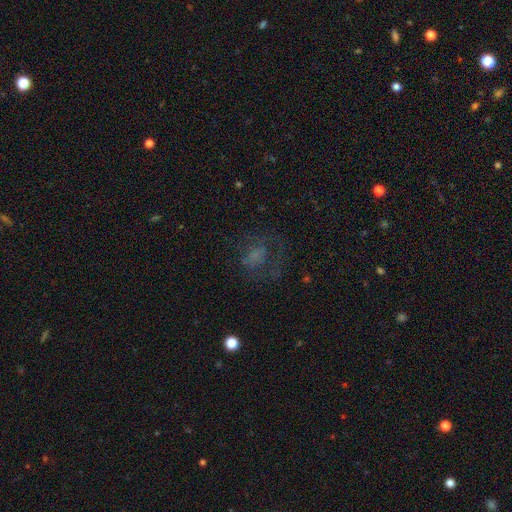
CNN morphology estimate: Smooth or featured? smooth (43%)
Merging? none (46%)